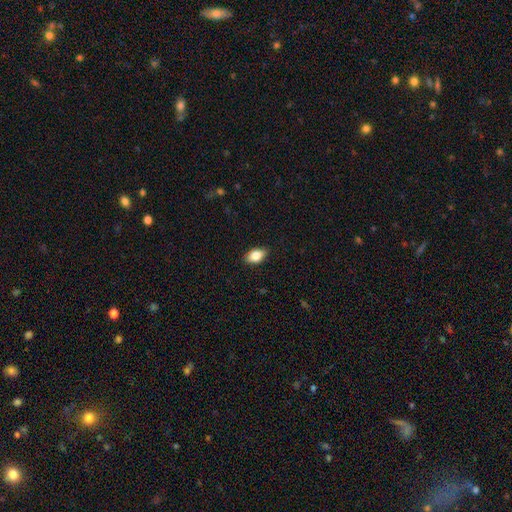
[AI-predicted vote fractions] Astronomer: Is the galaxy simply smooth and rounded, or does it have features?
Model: smooth — 81%.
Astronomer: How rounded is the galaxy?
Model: in between — 88%.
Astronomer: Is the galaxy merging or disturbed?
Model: none — 86%.